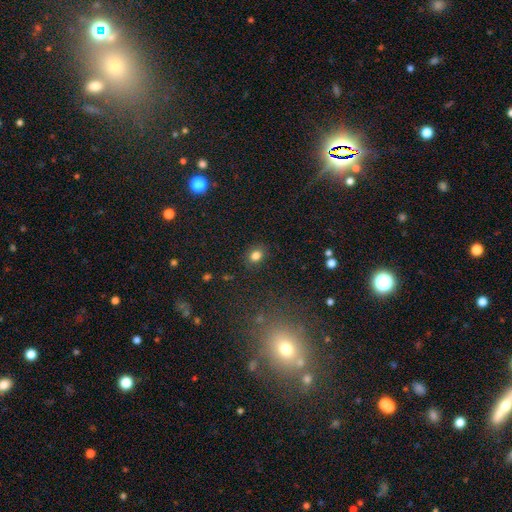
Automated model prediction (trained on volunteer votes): Smooth or featured?
  - smooth: 82% *
  - star or artifact: 12%
  - featured or disk: 6%
How rounded?
  - in between: 52% *
  - round: 47%
  - cigar-shaped: 1%
Merging?
  - none: 86% *
  - minor disturbance: 10%
  - major disturbance: 3%
  - merger: 1%